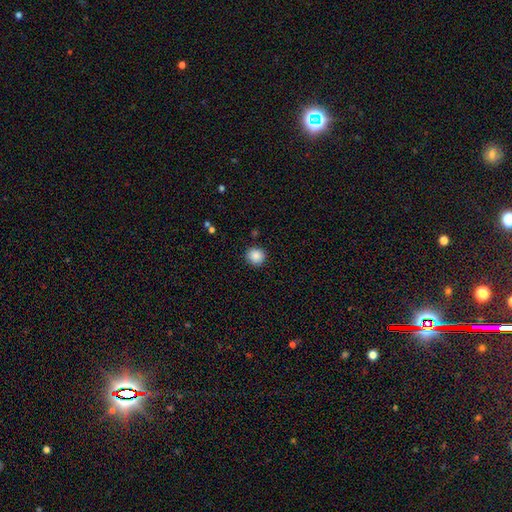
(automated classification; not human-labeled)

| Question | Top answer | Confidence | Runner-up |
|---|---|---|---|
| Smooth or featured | smooth | 88% | star or artifact (9%) |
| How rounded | round | 91% | in between (8%) |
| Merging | none | 89% | minor disturbance (7%) |